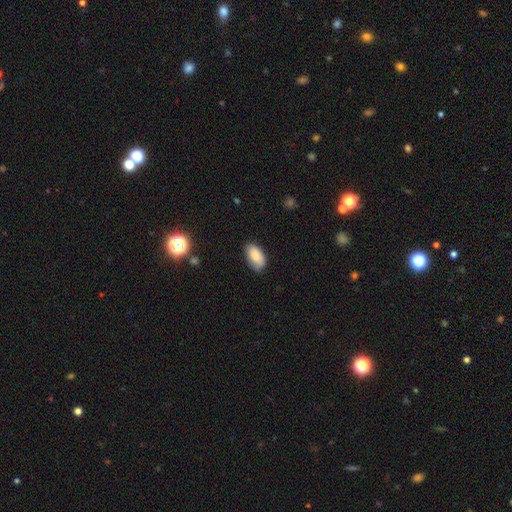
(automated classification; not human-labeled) Overall: smooth (86%). How rounded: in between (94%). Merging: none (78%).